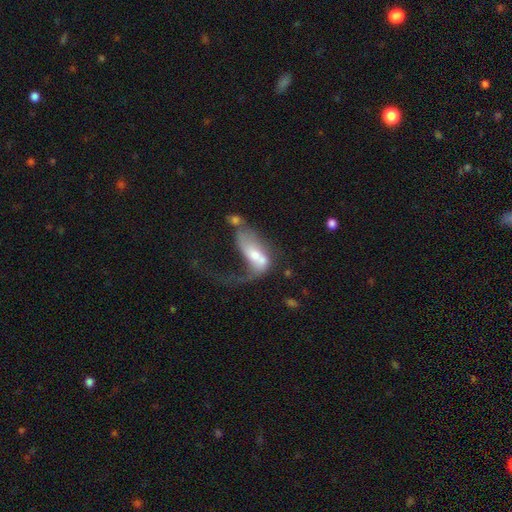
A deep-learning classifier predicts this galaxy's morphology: This appears to be a featured or disk galaxy (48%). Merging: merger (41%).